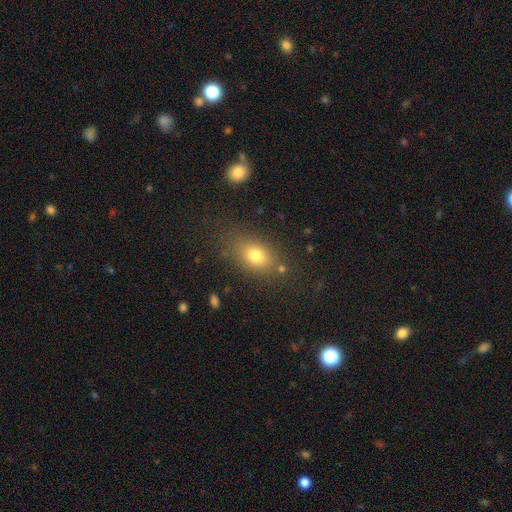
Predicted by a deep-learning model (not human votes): Smooth or featured?
  - smooth: 76% *
  - star or artifact: 12%
  - featured or disk: 12%
How rounded?
  - in between: 75% *
  - round: 22%
  - cigar-shaped: 3%
Merging?
  - none: 75% *
  - minor disturbance: 14%
  - major disturbance: 6%
  - merger: 4%